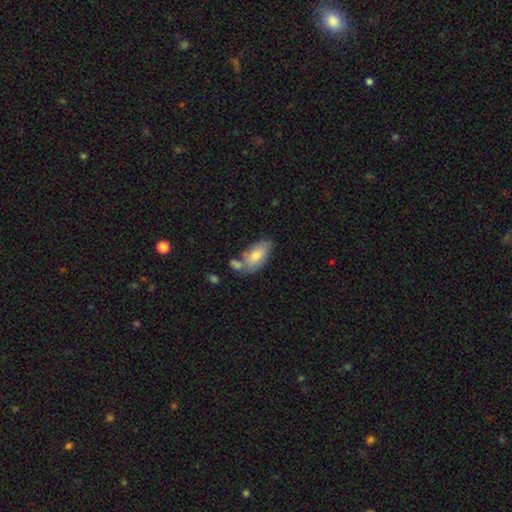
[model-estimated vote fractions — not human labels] Overall: smooth (74%). How rounded: in between (92%). Merging: none (55%; merger 20%).